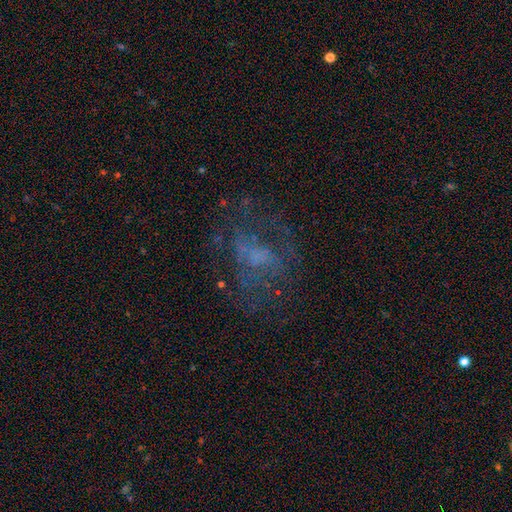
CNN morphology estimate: Smooth or featured: featured or disk — 50% (smooth — 27%)
Edge-on disk: no — 96% (yes — 4%)
Merging: none — 56% (major disturbance — 26%)